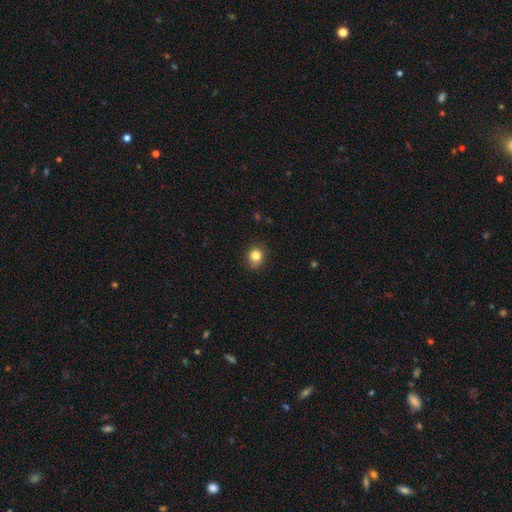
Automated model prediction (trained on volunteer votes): Q: Smooth or featured?
A: smooth (83%); runner-up: star or artifact (11%)
Q: How rounded?
A: round (73%); runner-up: in between (26%)
Q: Merging?
A: none (81%); runner-up: minor disturbance (15%)